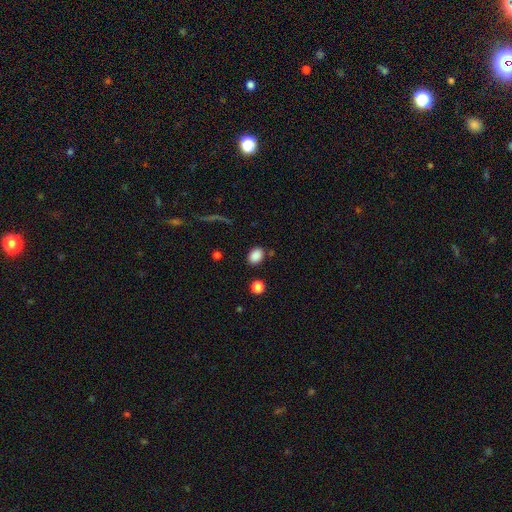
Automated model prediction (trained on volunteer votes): smooth_or_featured: smooth (p=0.87) [alt: star or artifact p=0.09]
how_rounded: in between (p=0.71) [alt: round p=0.27]
merging: none (p=0.82) [alt: minor disturbance p=0.11]